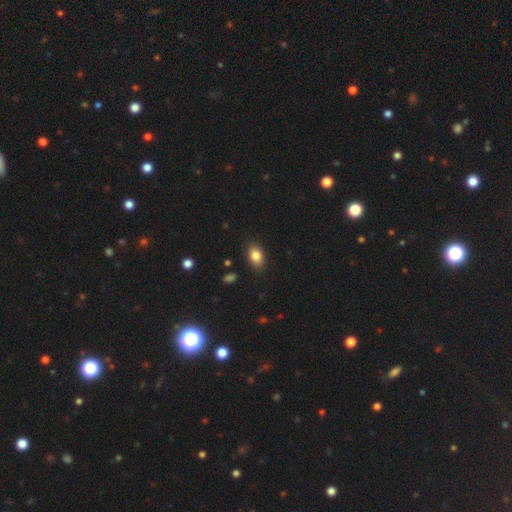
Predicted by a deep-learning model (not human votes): Overall: smooth (84%). How rounded: in between (83%). Merging: none (86%).